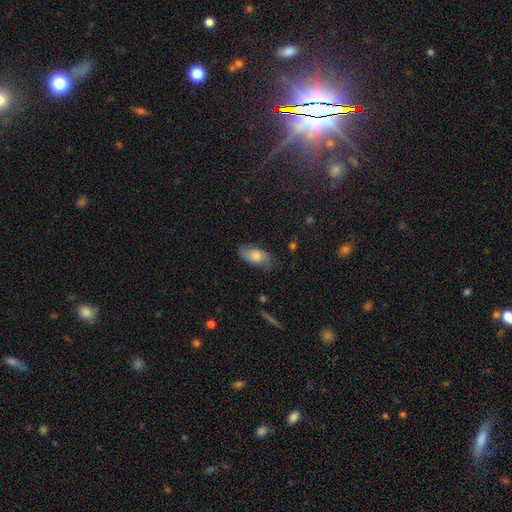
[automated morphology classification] Smooth or featured? smooth (62%)
How rounded? in between (90%)
Merging? none (67%)